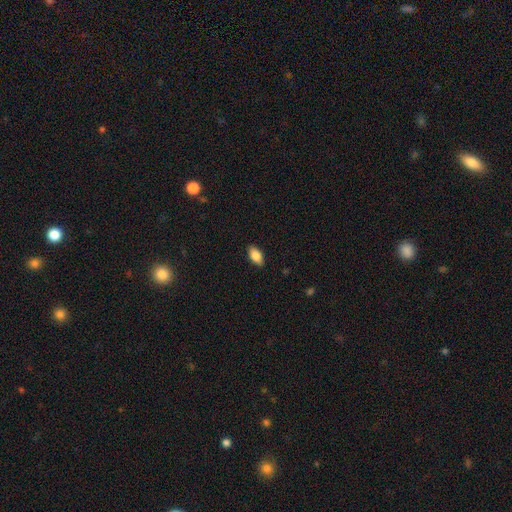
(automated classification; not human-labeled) Smooth or featured?
  - smooth: 83% *
  - featured or disk: 10%
  - star or artifact: 7%
How rounded?
  - in between: 91% *
  - cigar-shaped: 6%
  - round: 3%
Merging?
  - none: 88% *
  - minor disturbance: 9%
  - major disturbance: 2%
  - merger: 1%